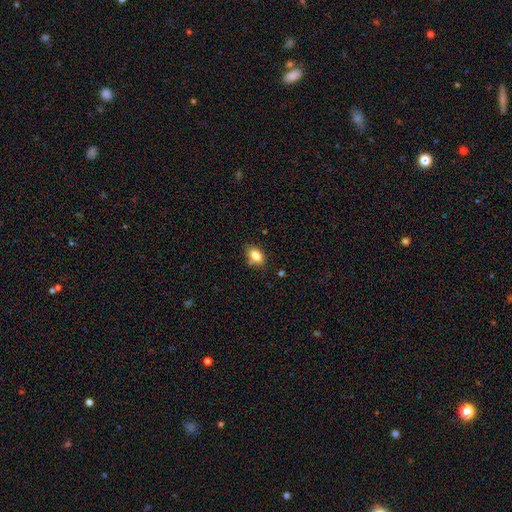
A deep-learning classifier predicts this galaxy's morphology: Smooth or featured: smooth — 84% (star or artifact — 9%)
How rounded: in between — 86% (round — 12%)
Merging: none — 76% (minor disturbance — 17%)